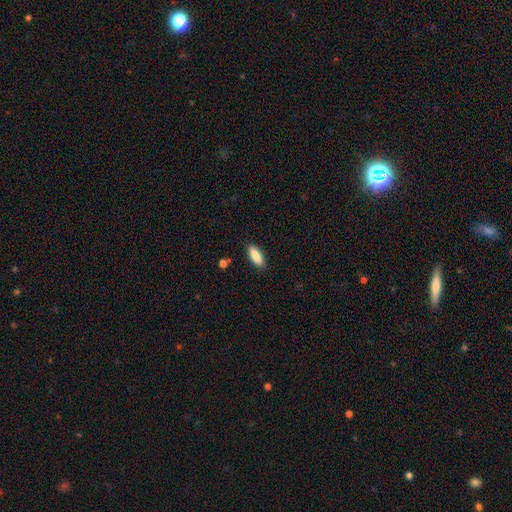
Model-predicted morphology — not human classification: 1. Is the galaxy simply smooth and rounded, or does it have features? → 87% smooth, 7% featured or disk, 6% star or artifact.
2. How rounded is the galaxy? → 64% in between, 35% cigar-shaped, 2% round.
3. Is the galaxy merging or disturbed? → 89% none, 8% minor disturbance, 2% major disturbance, 1% merger.